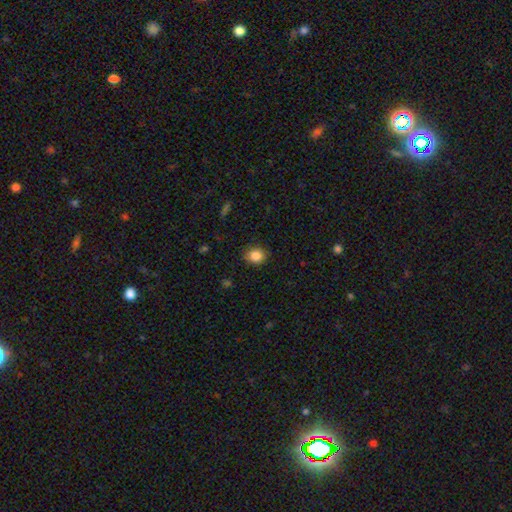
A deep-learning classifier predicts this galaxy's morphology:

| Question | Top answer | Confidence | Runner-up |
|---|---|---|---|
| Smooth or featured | smooth | 85% | star or artifact (10%) |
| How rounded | round | 72% | in between (27%) |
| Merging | none | 87% | minor disturbance (10%) |